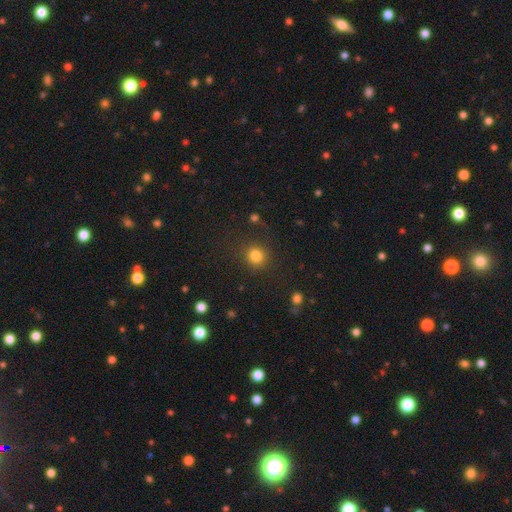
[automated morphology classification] This appears to be a smooth galaxy with no disk features (82%) that is round (90%). Merging: none (84%).